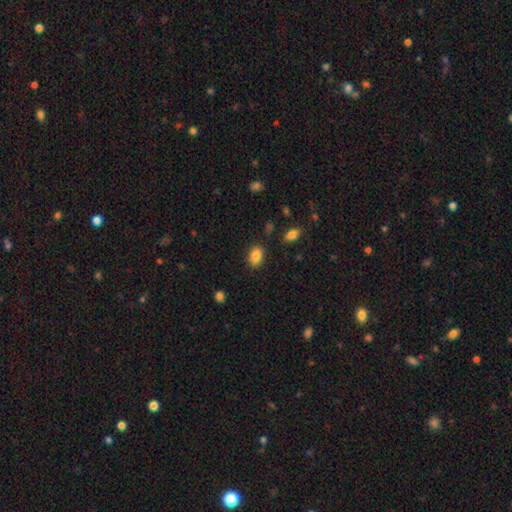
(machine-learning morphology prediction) The model was most divided on "how rounded": in between: 84%, round: 15%, cigar-shaped: 1%. More confident: smooth or featured — smooth (86%); merging — none (85%).